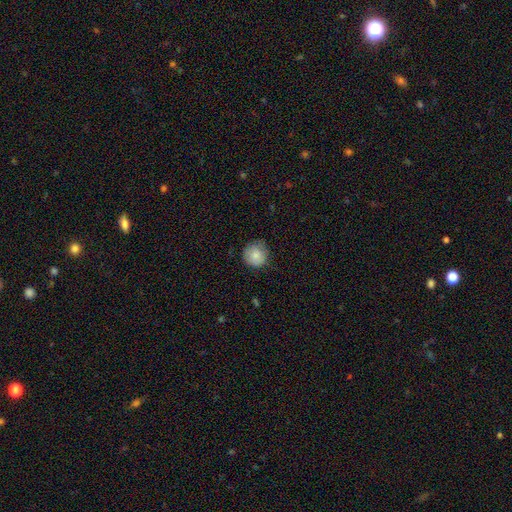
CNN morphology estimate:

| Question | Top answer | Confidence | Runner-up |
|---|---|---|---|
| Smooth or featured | smooth | 83% | featured or disk (9%) |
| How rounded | round | 91% | in between (8%) |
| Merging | none | 74% | minor disturbance (21%) |